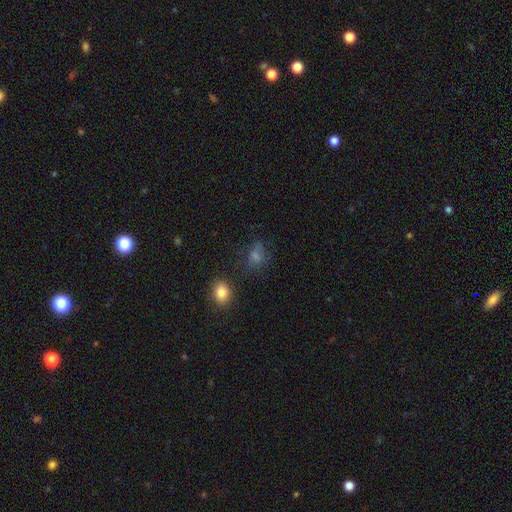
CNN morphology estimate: Smooth or featured? smooth (57%)
How rounded? in between (55%)
Merging? none (66%)